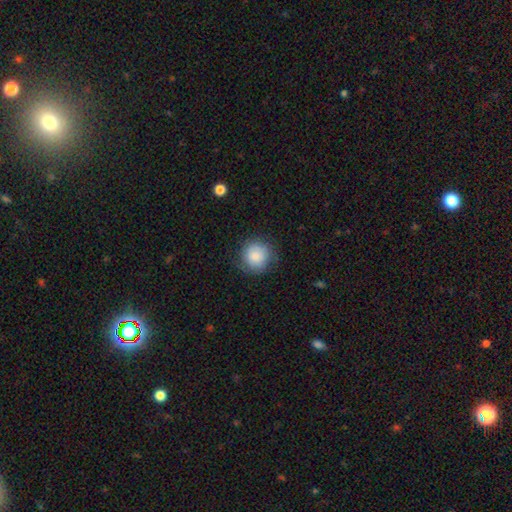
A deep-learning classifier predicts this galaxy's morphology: Smooth or featured? Predicted: smooth (p=0.81). How rounded? Predicted: round (p=0.92). Merging? Predicted: none (p=0.76).